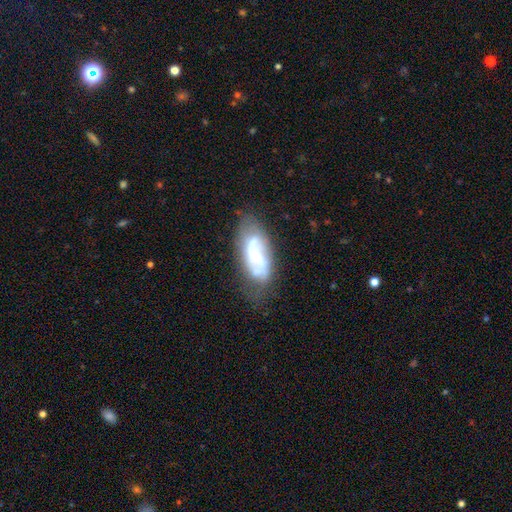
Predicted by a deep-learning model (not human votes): A featured or disk galaxy (74%) with no bar (41%, tied with weak), 2 (69%) medium (43%) spiral arms (82%) and a small central bulge (56%). Merging: none (63%).